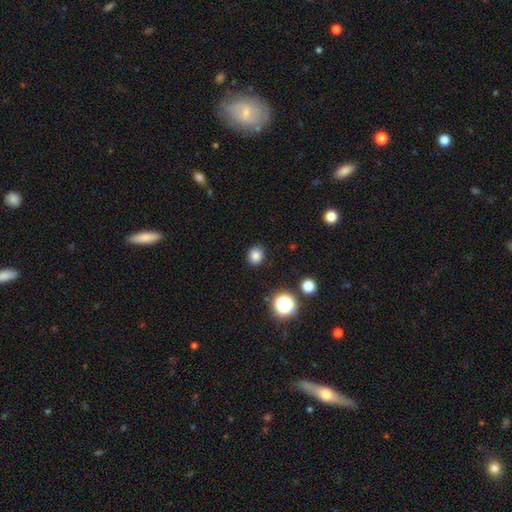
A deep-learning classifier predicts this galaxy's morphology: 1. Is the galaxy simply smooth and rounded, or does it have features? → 81% smooth, 14% star or artifact, 5% featured or disk.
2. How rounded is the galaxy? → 75% round, 24% in between, 1% cigar-shaped.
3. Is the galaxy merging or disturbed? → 90% none, 7% minor disturbance, 2% major disturbance, 1% merger.